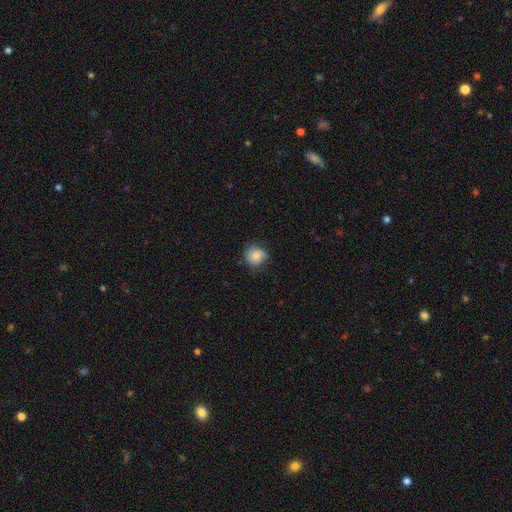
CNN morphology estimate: Q: Smooth or featured?
A: smooth (79%); runner-up: featured or disk (13%)
Q: How rounded?
A: round (83%); runner-up: in between (16%)
Q: Merging?
A: none (71%); runner-up: minor disturbance (23%)